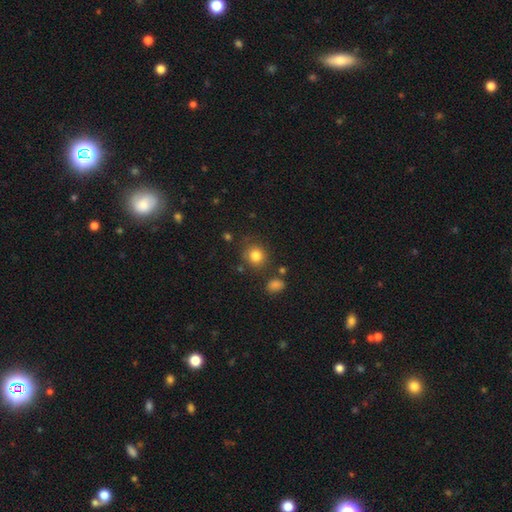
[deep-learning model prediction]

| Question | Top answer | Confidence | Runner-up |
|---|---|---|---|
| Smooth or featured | smooth | 82% | star or artifact (11%) |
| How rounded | round | 85% | in between (14%) |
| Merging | none | 80% | minor disturbance (11%) |